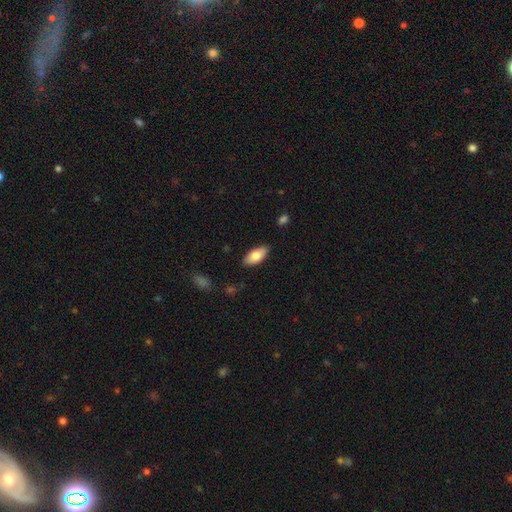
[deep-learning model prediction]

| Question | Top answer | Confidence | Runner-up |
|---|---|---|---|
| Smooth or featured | smooth | 80% | featured or disk (14%) |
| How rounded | in between | 90% | cigar-shaped (8%) |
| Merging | none | 85% | minor disturbance (12%) |